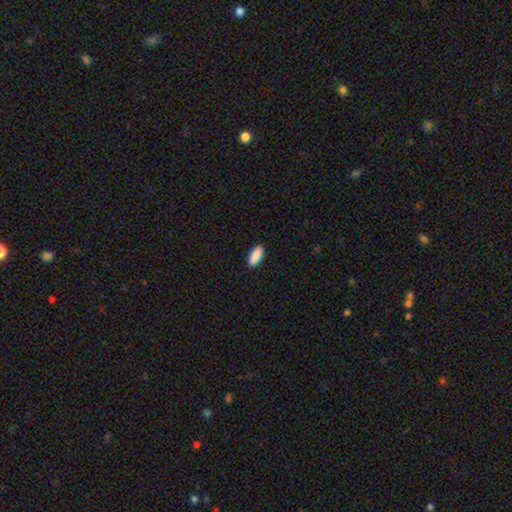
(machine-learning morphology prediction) Overall: smooth (90%). How rounded: in between (79%). Merging: none (91%).